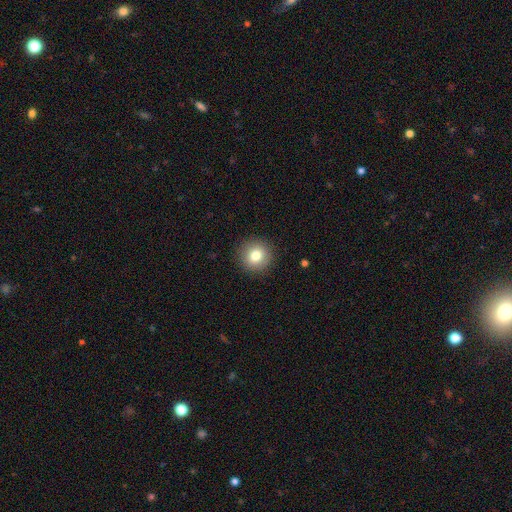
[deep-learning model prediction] Morphology: type=smooth (80%); roundness=round (93%); merging=none (91%).